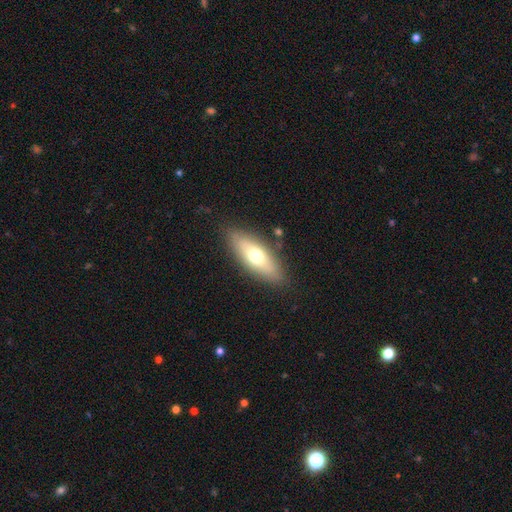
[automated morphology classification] Smooth or featured? Predicted: smooth (p=0.63). How rounded? Predicted: in between (p=0.65). Merging? Predicted: none (p=0.84).